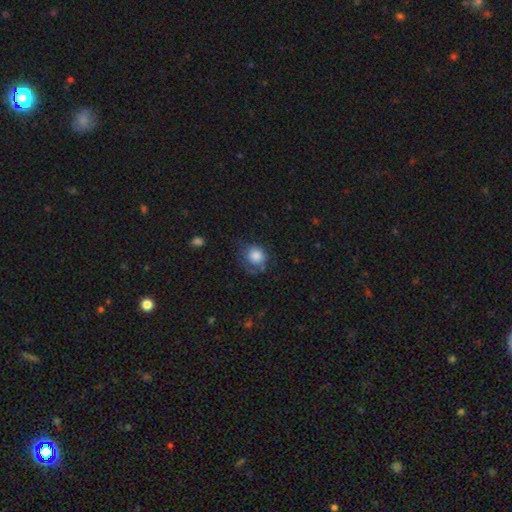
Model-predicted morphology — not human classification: Smooth or featured: smooth — 78% (featured or disk — 14%)
How rounded: round — 80% (in between — 19%)
Merging: none — 51% (minor disturbance — 27%)